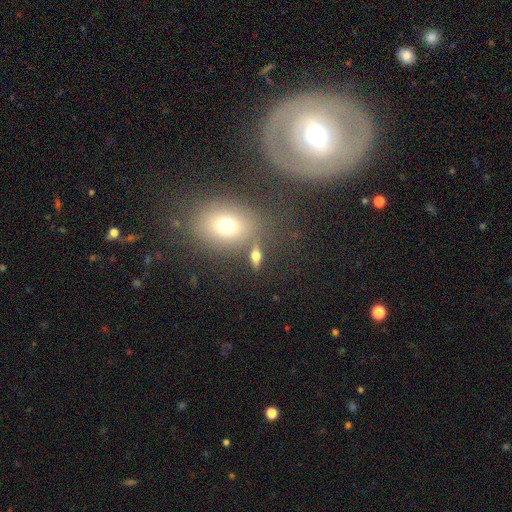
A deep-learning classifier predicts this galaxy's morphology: This is possibly a smooth galaxy (48%). Merging: likely none (74%).